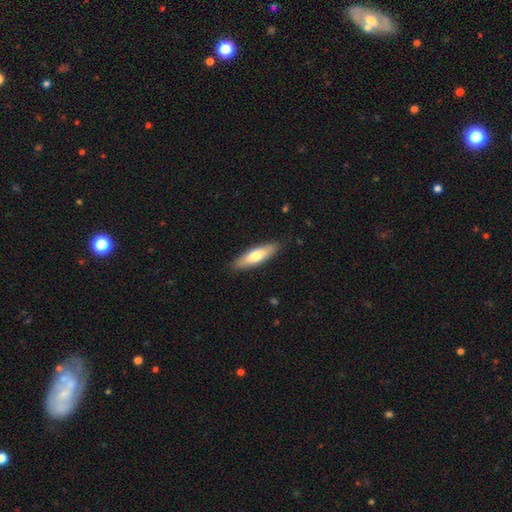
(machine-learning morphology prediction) type=smooth (65%); roundness=cigar-shaped (59%); merging=none (87%).